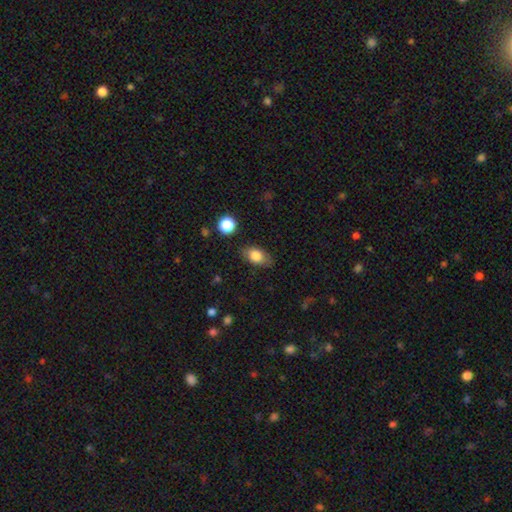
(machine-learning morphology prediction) Smooth or featured?
  - smooth: 80% *
  - featured or disk: 12%
  - star or artifact: 8%
How rounded?
  - in between: 84% *
  - round: 12%
  - cigar-shaped: 4%
Merging?
  - none: 80% *
  - minor disturbance: 15%
  - major disturbance: 3%
  - merger: 2%